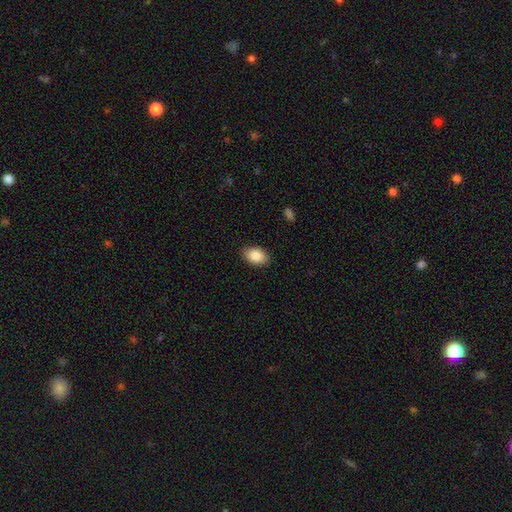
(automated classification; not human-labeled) This is clearly a smooth galaxy (87%). How rounded: clearly in between (89%). Merging: clearly none (88%).